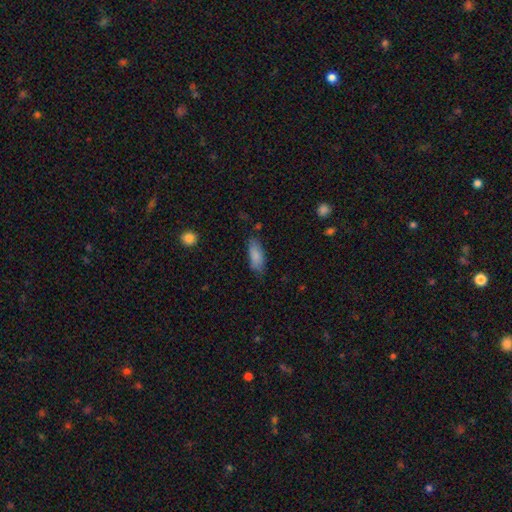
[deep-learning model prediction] This appears to be a smooth galaxy with no disk features (85%) that is in between round and cigar-shaped (72%). Merging: none (75%).